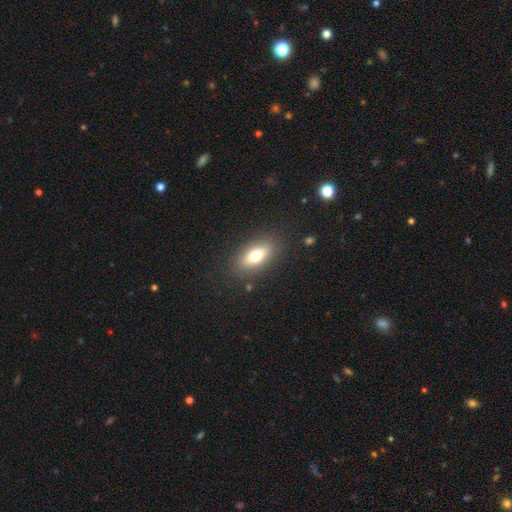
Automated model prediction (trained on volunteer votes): Smooth or featured: smooth — 71% (featured or disk — 20%)
How rounded: in between — 82% (cigar-shaped — 13%)
Merging: none — 85% (minor disturbance — 10%)